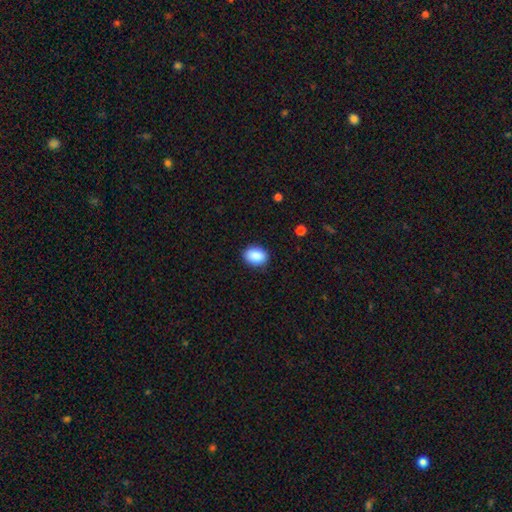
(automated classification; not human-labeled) Smooth or featured? Predicted: smooth (p=0.89). How rounded? Predicted: in between (p=0.70). Merging? Predicted: none (p=0.89).